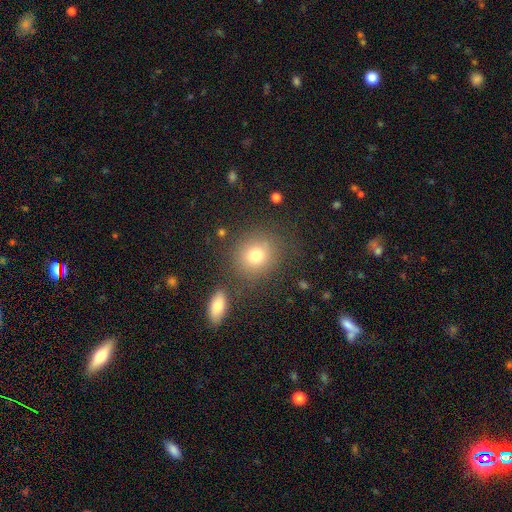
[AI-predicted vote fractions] Q: Smooth or featured?
A: smooth (77%); runner-up: star or artifact (12%)
Q: How rounded?
A: round (77%); runner-up: in between (22%)
Q: Merging?
A: none (78%); runner-up: minor disturbance (11%)